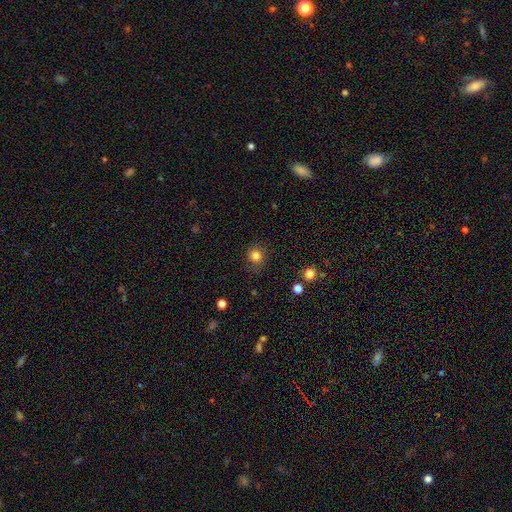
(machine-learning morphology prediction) This appears to be a smooth galaxy with no disk features (81%) that is round (89%). Merging: none (81%).